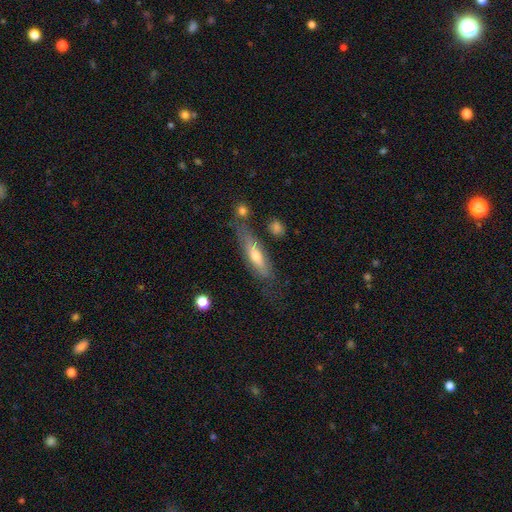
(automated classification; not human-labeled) Overall: smooth (53%; featured or disk 41%). How rounded: cigar-shaped (65%; in between 32%). Merging: none (59%; minor disturbance 23%).